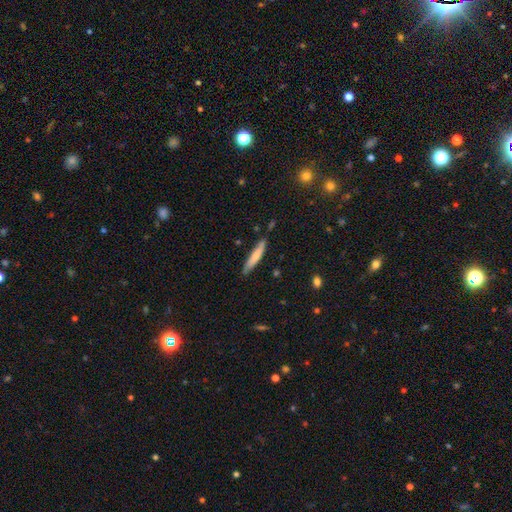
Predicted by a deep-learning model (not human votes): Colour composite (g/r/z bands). It shows a smooth galaxy with no disk features (67%) that is cigar-shaped (90%). Merging: none (80%).